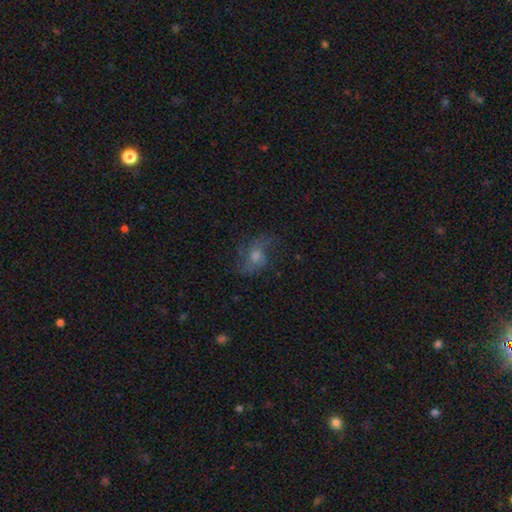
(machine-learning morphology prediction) Q: Smooth or featured?
A: featured or disk (55%); runner-up: smooth (29%)
Q: Edge-on disk?
A: no (95%); runner-up: yes (5%)
Q: Bar?
A: no (69%); runner-up: weak (26%)
Q: Spiral arms?
A: yes (84%); runner-up: no (16%)
Q: Bulge size?
A: moderate (52%); runner-up: small (30%)
Q: Merging?
A: none (61%); runner-up: minor disturbance (20%)